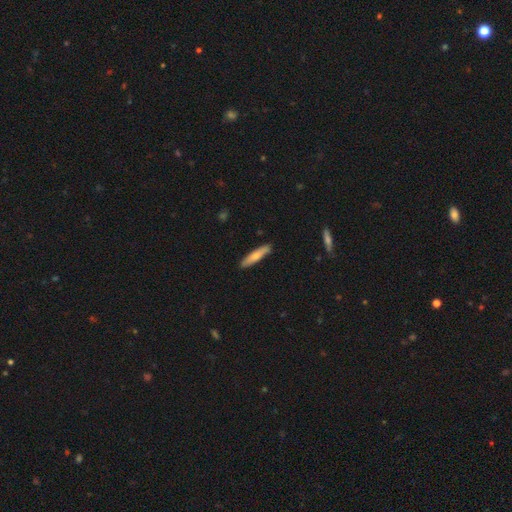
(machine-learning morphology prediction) smooth-or-featured: smooth: 68% | featured or disk: 26% | star or artifact: 6%
  how-rounded: cigar-shaped: 86% | in between: 13% | round: 1%
  merging: none: 87% | minor disturbance: 10% | major disturbance: 2% | merger: 1%